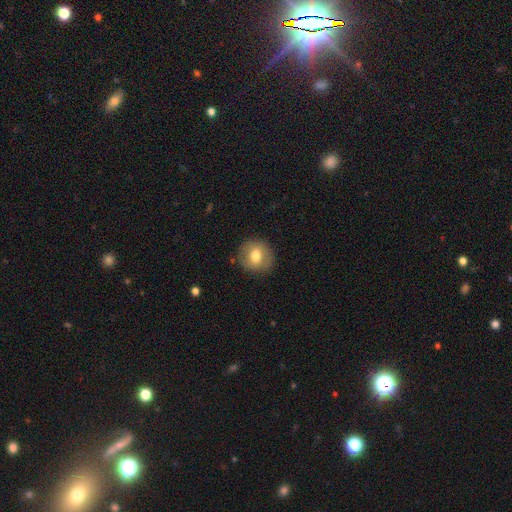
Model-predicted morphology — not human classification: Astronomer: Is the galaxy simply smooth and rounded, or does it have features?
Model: smooth — 68%.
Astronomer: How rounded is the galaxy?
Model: round — 83%.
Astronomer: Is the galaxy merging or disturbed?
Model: none — 85%.